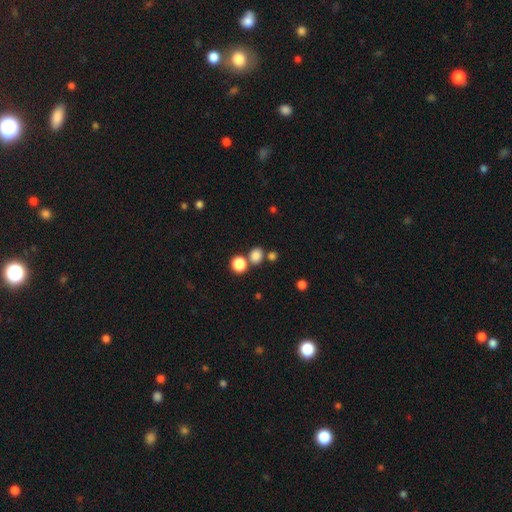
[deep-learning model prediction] smooth_or_featured: smooth (p=0.80) [alt: star or artifact p=0.15]
how_rounded: round (p=0.73) [alt: in between p=0.26]
merging: none (p=0.68) [alt: merger p=0.20]